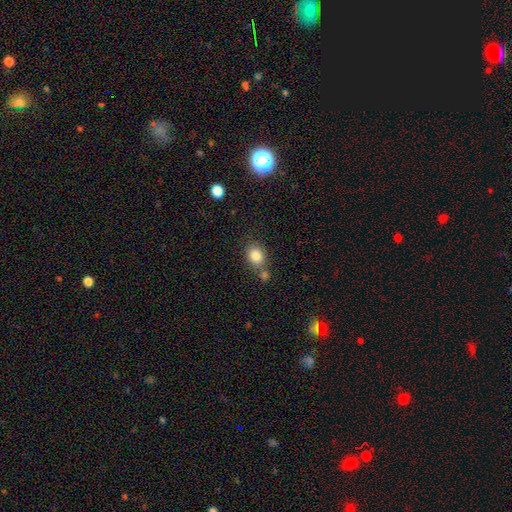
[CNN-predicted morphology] smooth 84%, star or artifact 10%, featured or disk 7%. Down the decision tree: how rounded — round (55%); merging — none (60%).